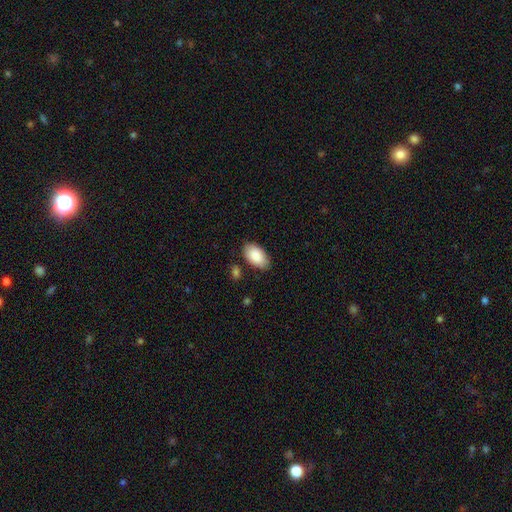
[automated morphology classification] A smooth galaxy with no disk features (88%) that is in between round and cigar-shaped (96%).

Vote fractions:
- Smooth or featured? smooth: 88% / featured or disk: 6% / star or artifact: 6%
- How rounded? in between: 96% / round: 3% / cigar-shaped: 1%
- Merging? none: 82% / minor disturbance: 13% / merger: 3% / major disturbance: 3%